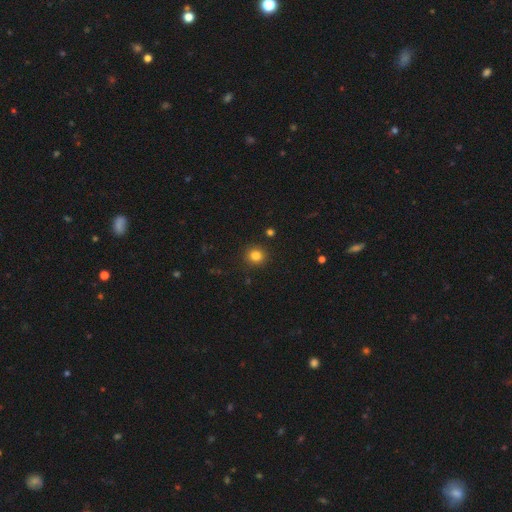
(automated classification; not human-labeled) Smooth or featured?
  - smooth: 82% *
  - star or artifact: 13%
  - featured or disk: 5%
How rounded?
  - round: 89% *
  - in between: 10%
  - cigar-shaped: 1%
Merging?
  - none: 91% *
  - minor disturbance: 6%
  - major disturbance: 2%
  - merger: 1%